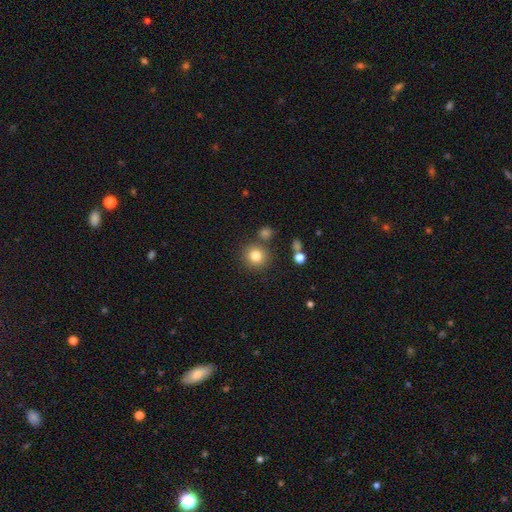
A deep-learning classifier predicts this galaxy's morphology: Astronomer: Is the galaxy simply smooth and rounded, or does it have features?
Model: smooth — 81%.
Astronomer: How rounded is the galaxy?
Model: round — 92%.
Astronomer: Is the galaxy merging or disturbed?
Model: none — 81%.